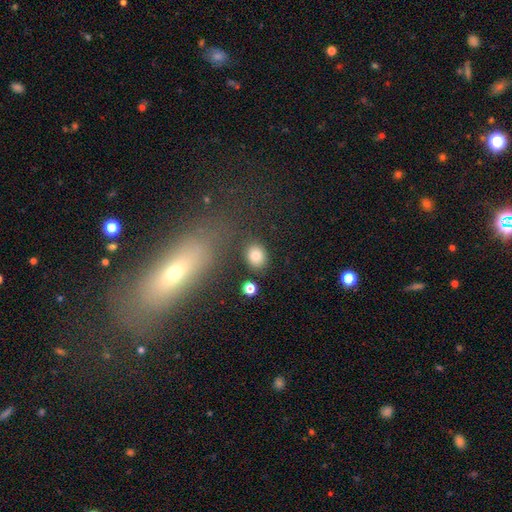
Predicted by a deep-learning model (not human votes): This is clearly a smooth galaxy (82%). How rounded: possibly in between (50%). Merging: clearly none (83%).